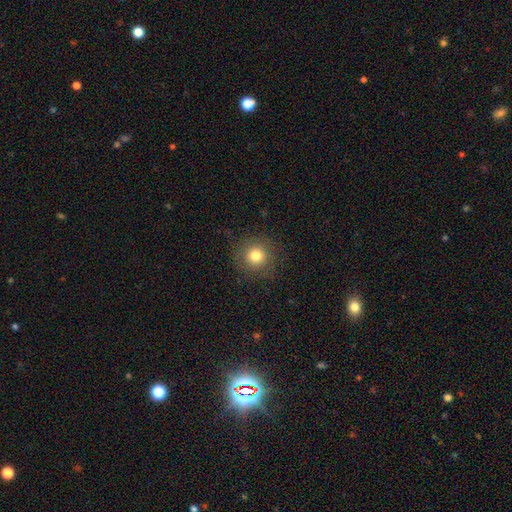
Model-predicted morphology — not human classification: Smooth or featured? smooth (78%)
How rounded? round (94%)
Merging? none (86%)